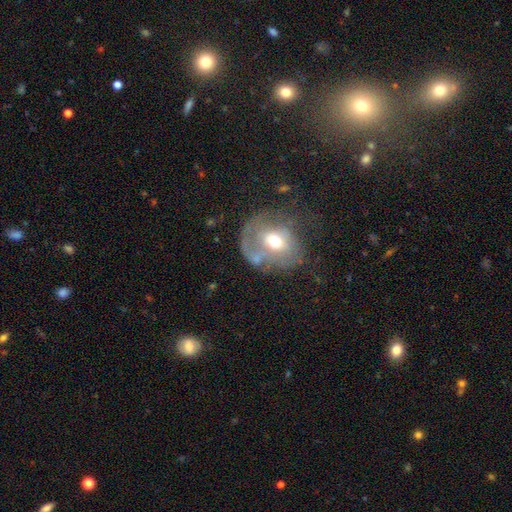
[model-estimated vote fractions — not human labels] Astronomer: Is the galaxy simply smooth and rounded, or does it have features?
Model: featured or disk — 47% (runner-up: smooth, 43%).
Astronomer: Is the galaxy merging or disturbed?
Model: none — 36% (runner-up: major disturbance, 31%).